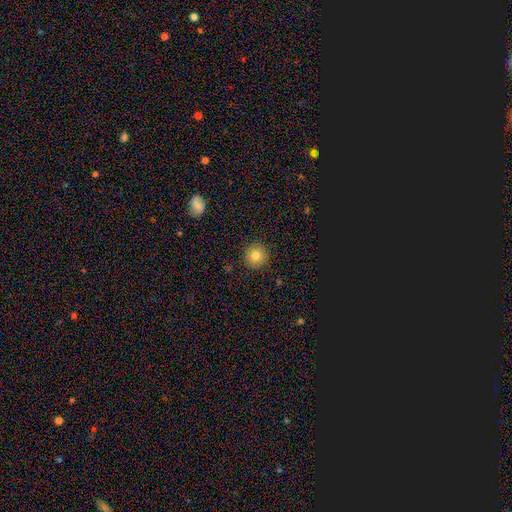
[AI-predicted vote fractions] This appears to be a smooth galaxy with no disk features (82%) that is round (94%). Merging: none (91%).